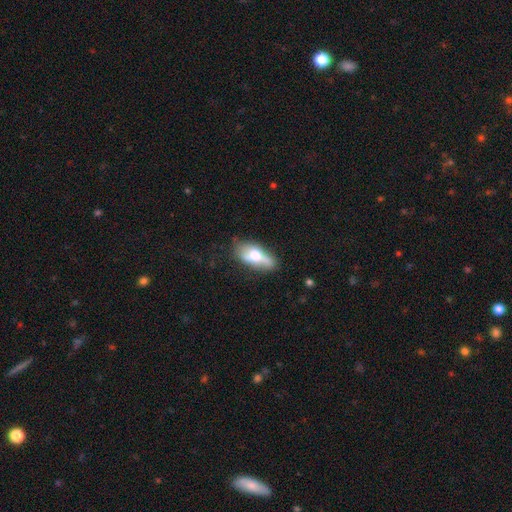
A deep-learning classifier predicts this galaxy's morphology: The model was most divided on "smooth or featured": smooth: 50%, featured or disk: 43%, star or artifact: 7%. More confident: merging — none (57%).